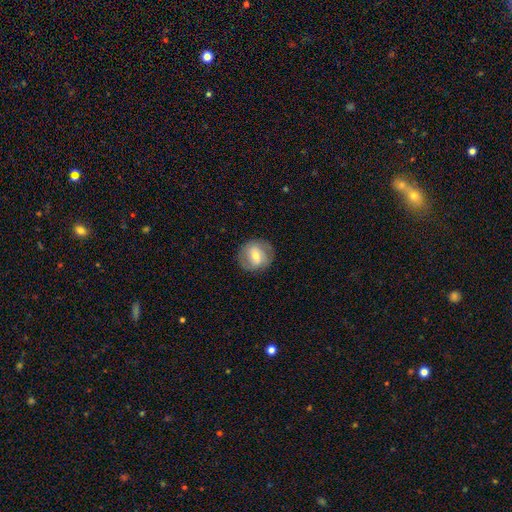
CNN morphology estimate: A smooth galaxy with no disk features (48%).

Vote fractions:
- Smooth or featured? smooth: 48% / featured or disk: 44% / star or artifact: 8%
- Merging? none: 83% / minor disturbance: 12% / major disturbance: 5% / merger: 1%